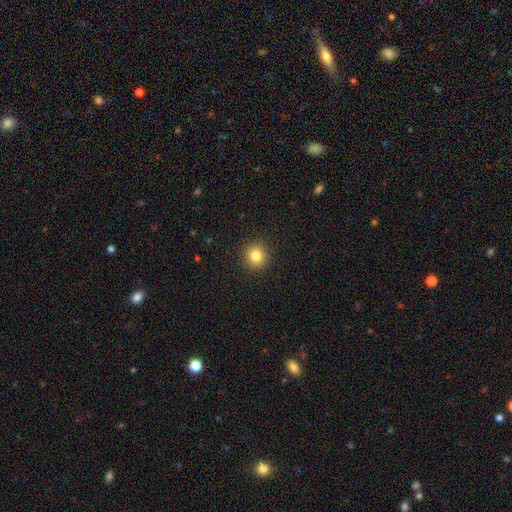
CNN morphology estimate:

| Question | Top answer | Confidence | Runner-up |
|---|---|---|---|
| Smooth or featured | smooth | 82% | star or artifact (12%) |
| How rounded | round | 92% | in between (7%) |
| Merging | none | 92% | minor disturbance (5%) |